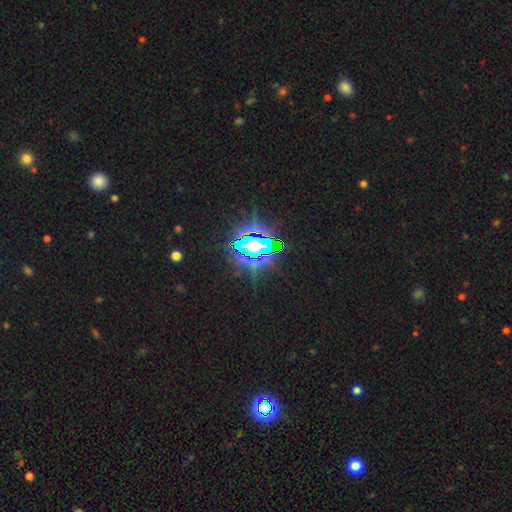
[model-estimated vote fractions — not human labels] Smooth or featured: star or artifact — 80% (smooth — 11%)